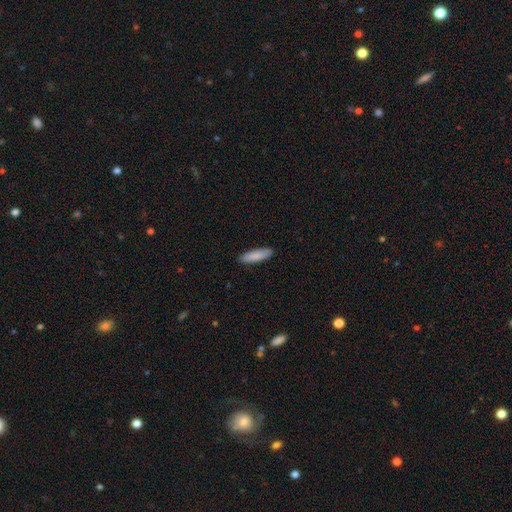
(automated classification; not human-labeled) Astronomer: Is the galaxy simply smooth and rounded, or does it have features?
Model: smooth — 87%.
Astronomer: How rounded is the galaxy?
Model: cigar-shaped — 67%.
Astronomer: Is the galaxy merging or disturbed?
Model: none — 89%.